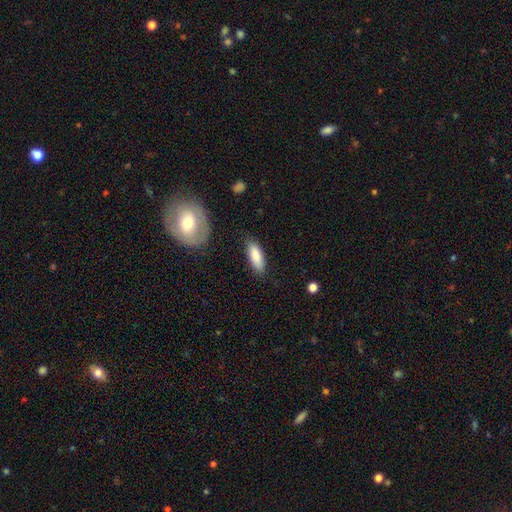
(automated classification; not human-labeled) This appears to be a smooth galaxy with no disk features (84%) that is in between round and cigar-shaped (62%). Merging: none (82%).